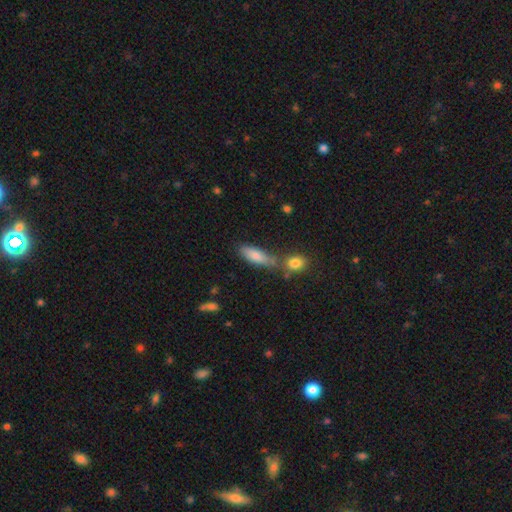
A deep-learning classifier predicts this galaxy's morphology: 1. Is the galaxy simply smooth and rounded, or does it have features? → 78% smooth, 14% featured or disk, 8% star or artifact.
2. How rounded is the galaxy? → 61% in between, 35% cigar-shaped, 3% round.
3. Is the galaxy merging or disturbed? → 54% none, 24% merger, 17% minor disturbance, 5% major disturbance.